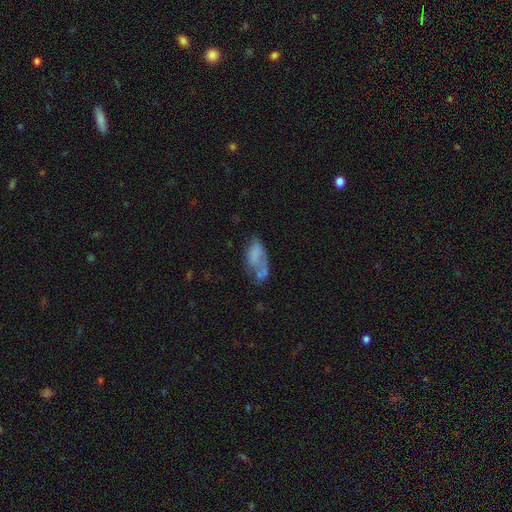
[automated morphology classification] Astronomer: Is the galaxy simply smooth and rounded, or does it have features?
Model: smooth — 56% (runner-up: featured or disk, 34%).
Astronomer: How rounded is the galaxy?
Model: in between — 90%.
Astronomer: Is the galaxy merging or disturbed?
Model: none — 29% (runner-up: major disturbance, 28%).